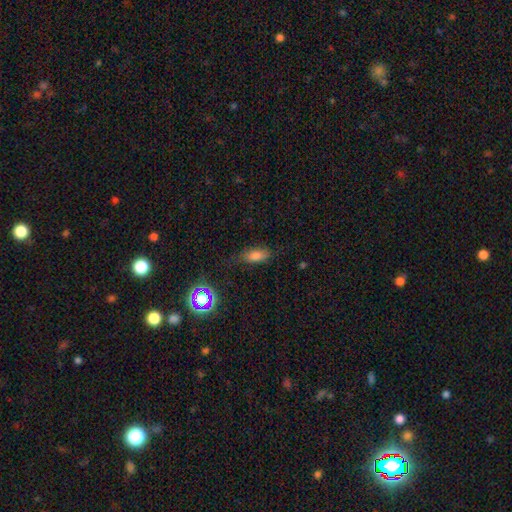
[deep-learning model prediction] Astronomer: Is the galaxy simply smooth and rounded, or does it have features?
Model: smooth — 74%.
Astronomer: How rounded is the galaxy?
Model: in between — 79%.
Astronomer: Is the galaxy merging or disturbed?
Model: none — 69%.